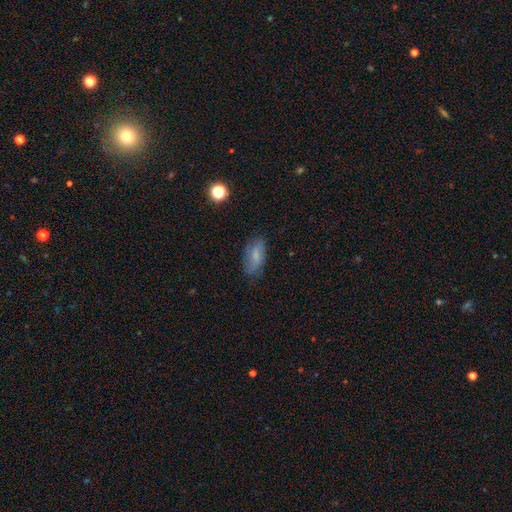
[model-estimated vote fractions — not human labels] smooth_or_featured: smooth (p=0.61) [alt: featured or disk p=0.30]
how_rounded: in between (p=0.86) [alt: cigar-shaped p=0.10]
merging: none (p=0.74) [alt: minor disturbance p=0.20]